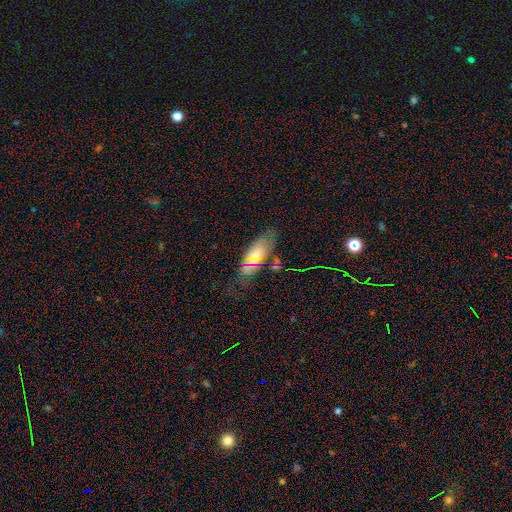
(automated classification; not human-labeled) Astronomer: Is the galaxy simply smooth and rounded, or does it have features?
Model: smooth — 55%.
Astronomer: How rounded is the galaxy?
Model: in between — 78%.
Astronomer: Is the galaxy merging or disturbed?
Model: none — 70%.